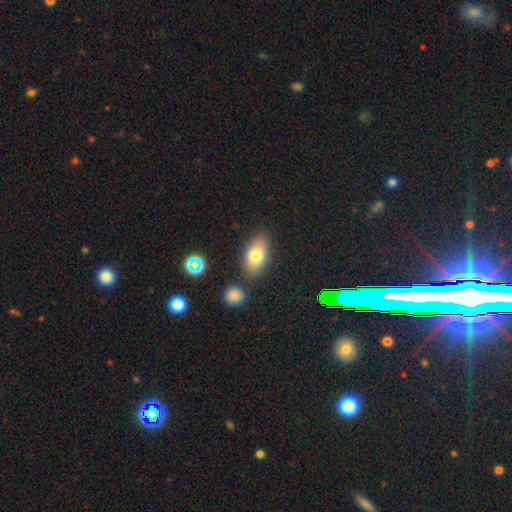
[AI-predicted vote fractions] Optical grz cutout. It shows a smooth galaxy with no disk features (77%) that is in between round and cigar-shaped (88%). Merging: none (77%).